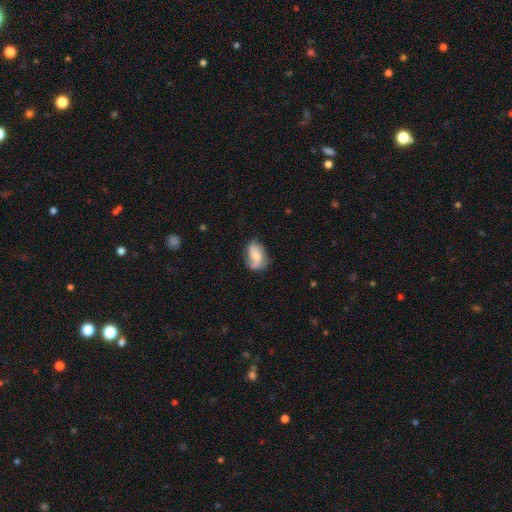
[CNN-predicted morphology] Q: Smooth or featured?
A: smooth (54%); runner-up: featured or disk (38%)
Q: How rounded?
A: in between (86%); runner-up: round (12%)
Q: Merging?
A: none (50%); runner-up: minor disturbance (31%)